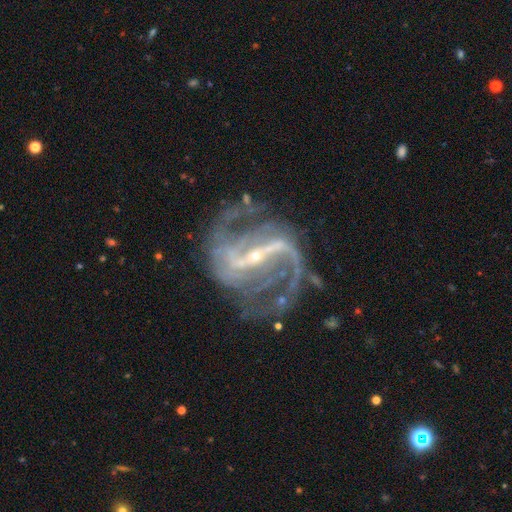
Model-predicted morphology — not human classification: Smooth or featured: featured or disk — 92% (star or artifact — 6%)
Edge-on disk: no — 97% (yes — 3%)
Bar: strong — 71% (weak — 22%)
Spiral arms: yes — 98% (no — 2%)
Spiral winding: medium — 46% (loose — 40%)
Spiral arm count: 2 — 83% (can't tell — 5%)
Bulge size: small — 81% (moderate — 14%)
Merging: none — 64% (minor disturbance — 18%)